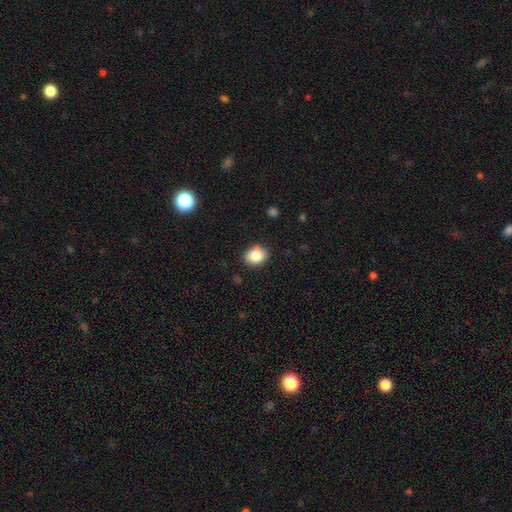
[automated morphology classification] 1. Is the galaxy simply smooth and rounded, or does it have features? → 84% smooth, 9% star or artifact, 7% featured or disk.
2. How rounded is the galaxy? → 50% round, 49% in between, 1% cigar-shaped.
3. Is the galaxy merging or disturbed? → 86% none, 11% minor disturbance, 2% major disturbance, 1% merger.